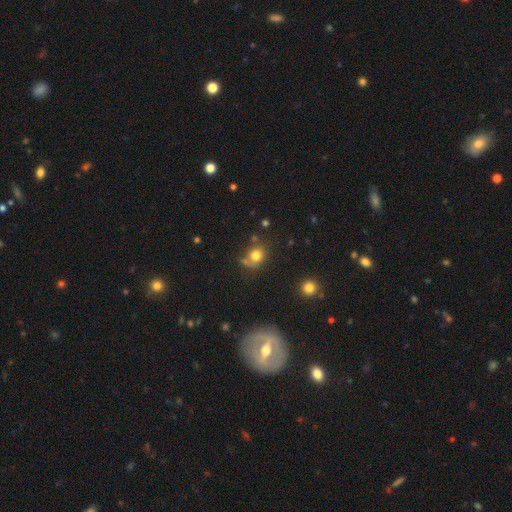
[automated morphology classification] Smooth or featured? smooth (77%)
How rounded? round (67%)
Merging? none (58%)